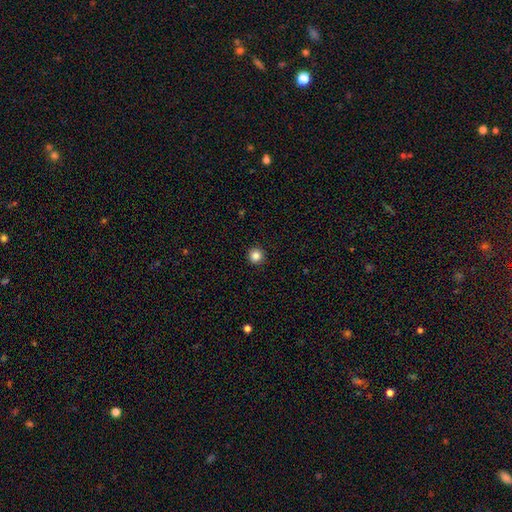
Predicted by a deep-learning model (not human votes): smooth 85%, star or artifact 11%, featured or disk 4%. Down the decision tree: how rounded — round (96%); merging — none (93%).